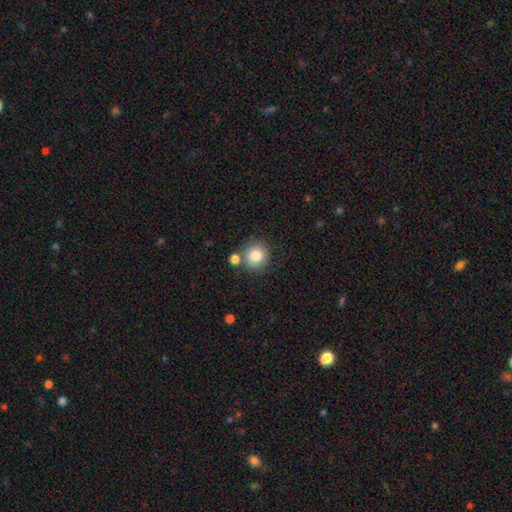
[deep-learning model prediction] Overall: smooth (83%). How rounded: round (90%). Merging: none (72%).